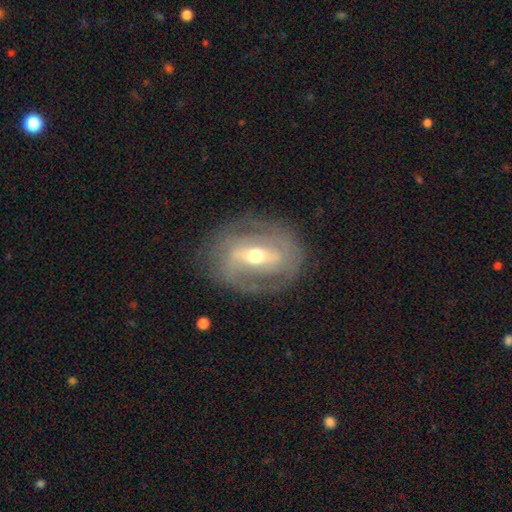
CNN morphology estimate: Smooth or featured: featured or disk — 79% (smooth — 15%)
Edge-on disk: no — 92% (yes — 8%)
Bar: strong — 52% (weak — 33%)
Spiral arms: yes — 71% (no — 29%)
Spiral winding: tight — 53% (medium — 33%)
Spiral arm count: 2 — 58% (can't tell — 26%)
Bulge size: moderate — 67% (small — 25%)
Merging: none — 76% (minor disturbance — 15%)